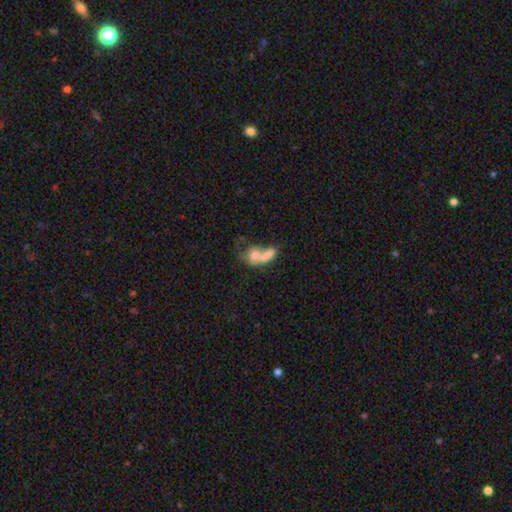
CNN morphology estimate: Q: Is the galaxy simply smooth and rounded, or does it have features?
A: smooth — 60%.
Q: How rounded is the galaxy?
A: in between — 68%.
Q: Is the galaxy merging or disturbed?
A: merger — 60%.